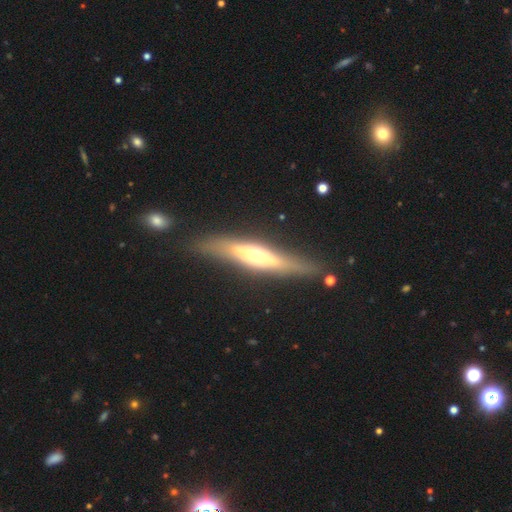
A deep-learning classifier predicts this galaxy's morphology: smooth_or_featured: featured or disk (p=0.67) [alt: smooth p=0.27]
disk_edge_on: yes (p=0.78) [alt: no p=0.22]
edge_on_bulge: rounded (p=0.81) [alt: none p=0.10]
merging: none (p=0.78) [alt: minor disturbance p=0.14]